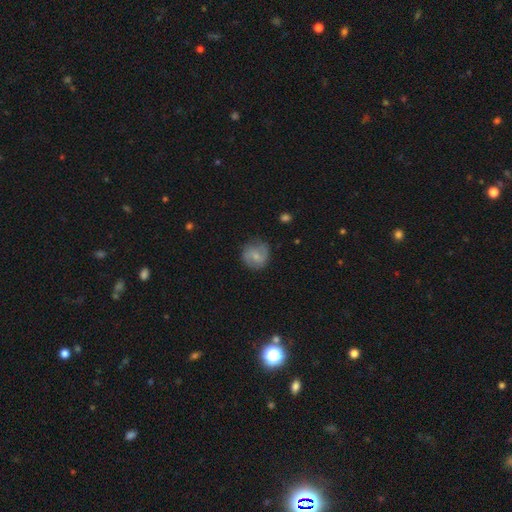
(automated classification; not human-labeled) Smooth or featured? smooth (62%)
How rounded? round (85%)
Merging? none (71%)